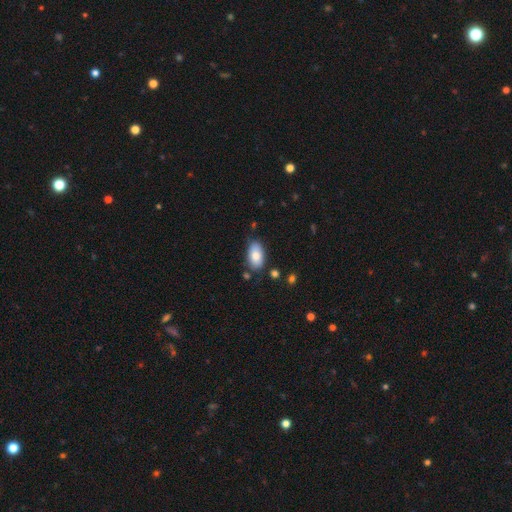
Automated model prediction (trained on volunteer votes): smooth-or-featured: smooth: 80% | featured or disk: 13% | star or artifact: 7%
  how-rounded: in between: 94% | round: 4% | cigar-shaped: 2%
  merging: none: 77% | minor disturbance: 17% | merger: 4% | major disturbance: 3%